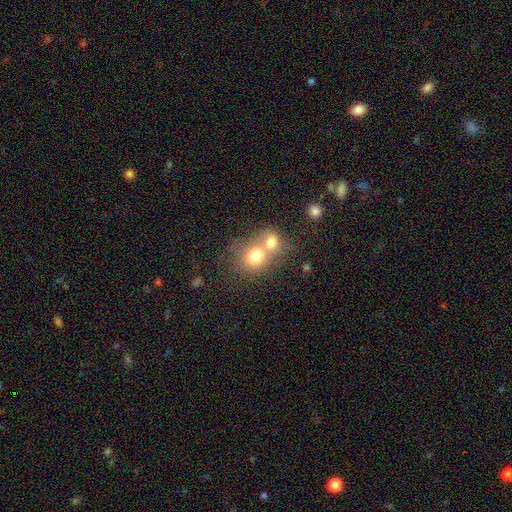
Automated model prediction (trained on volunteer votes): Q: Smooth or featured?
A: smooth (73%); runner-up: featured or disk (16%)
Q: How rounded?
A: round (72%); runner-up: in between (28%)
Q: Merging?
A: merger (65%); runner-up: none (26%)